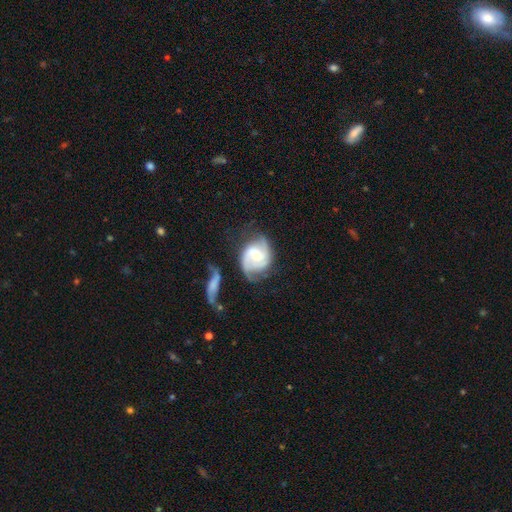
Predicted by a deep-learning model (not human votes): smooth_or_featured: featured or disk (p=0.78) [alt: smooth p=0.16]
disk_edge_on: no (p=0.98) [alt: yes p=0.02]
bar: no (p=0.51) [alt: weak p=0.39]
has_spiral_arms: yes (p=0.95) [alt: no p=0.05]
spiral_winding: medium (p=0.45) [alt: tight p=0.37]
spiral_arm_count: 2 (p=0.60) [alt: 3 p=0.18]
bulge_size: moderate (p=0.38) [alt: small p=0.36]
merging: none (p=0.52) [alt: minor disturbance p=0.23]